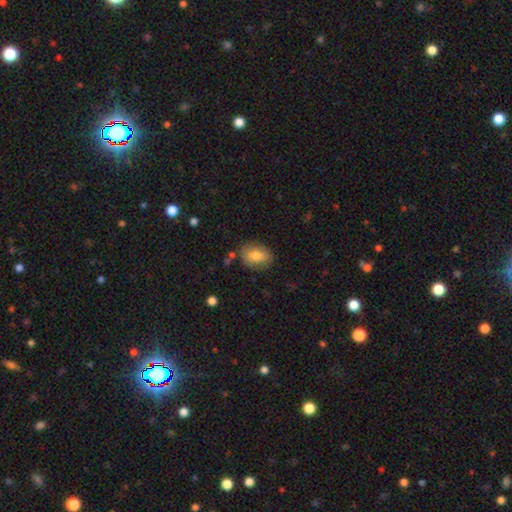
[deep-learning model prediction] Morphology: type=smooth (76%); roundness=in between (74%); merging=none (79%).